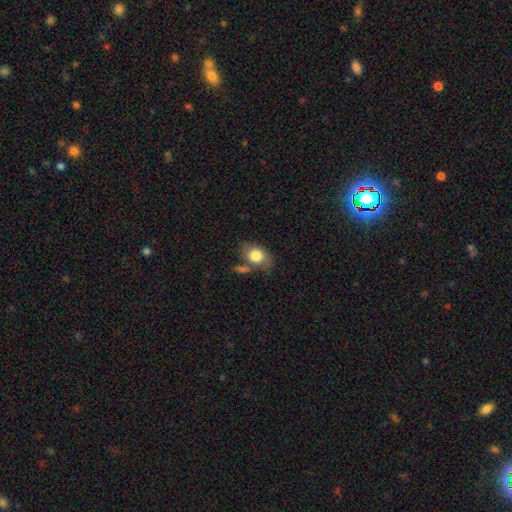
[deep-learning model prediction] A smooth galaxy with no disk features (78%) that is in between round and cigar-shaped (69%). Merging: none (49%).